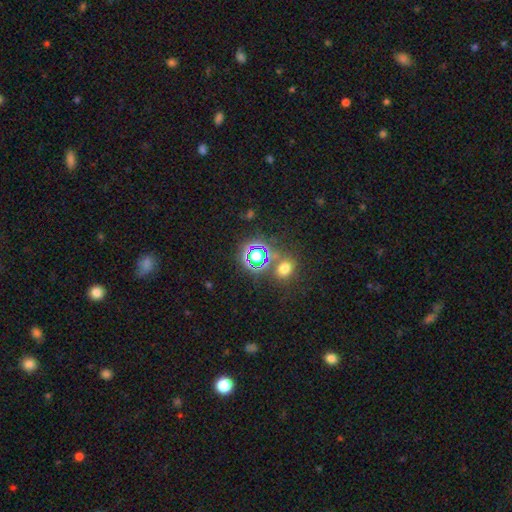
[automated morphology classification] This is likely a star or artifact rather than a galaxy (63%).